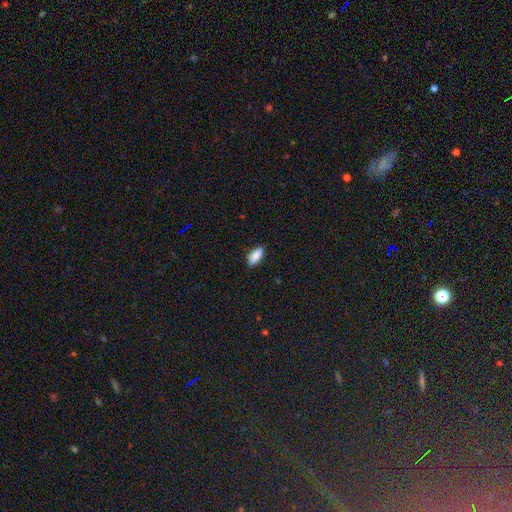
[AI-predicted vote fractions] Morphology: type=smooth (83%); roundness=in between (73%); merging=none (86%).